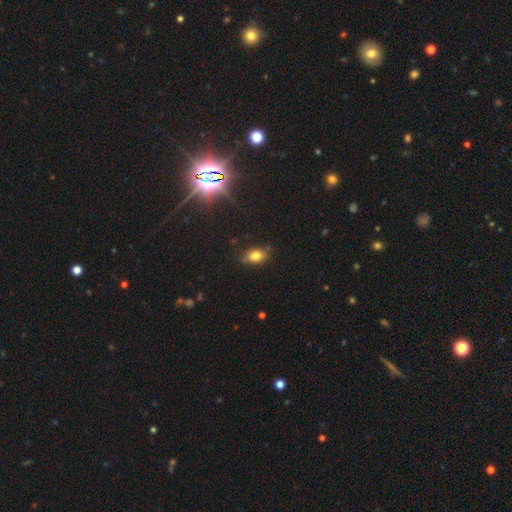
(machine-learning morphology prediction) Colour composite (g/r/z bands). It shows a smooth galaxy with no disk features (79%) that is in between round and cigar-shaped (78%). Merging: none (75%).